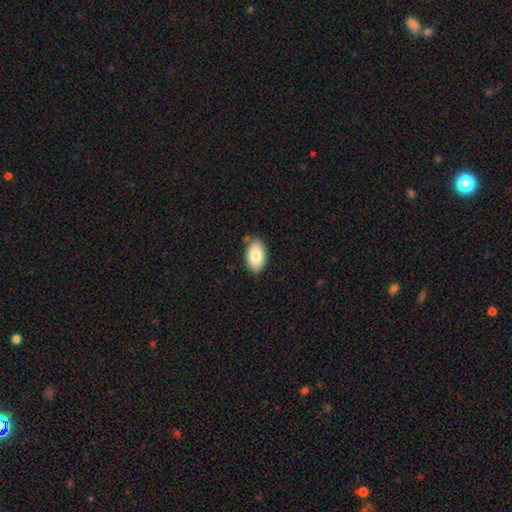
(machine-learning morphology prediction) smooth 84%, featured or disk 10%, star or artifact 7%. Down the decision tree: how rounded — in between (93%); merging — none (82%).